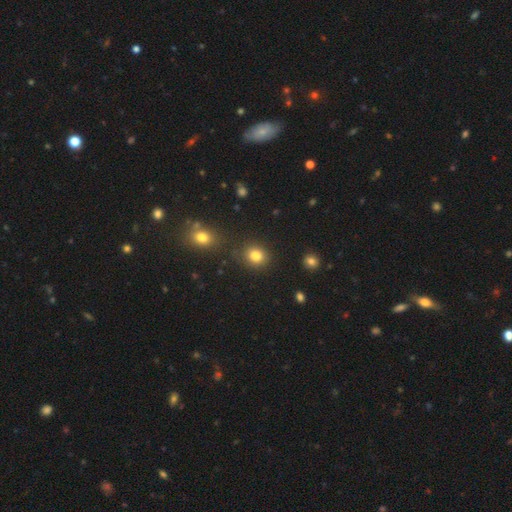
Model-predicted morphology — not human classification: smooth 83%, star or artifact 12%, featured or disk 5%. Down the decision tree: how rounded — round (81%); merging — none (86%).